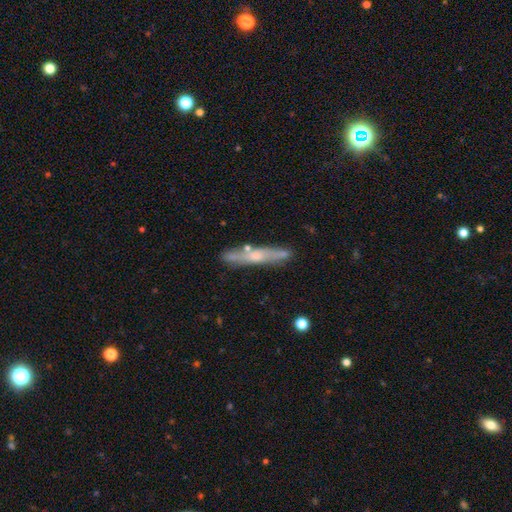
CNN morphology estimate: featured or disk 51%, smooth 43%, star or artifact 6%. Down the decision tree: edge-on disk — yes (83%); merging — none (76%).